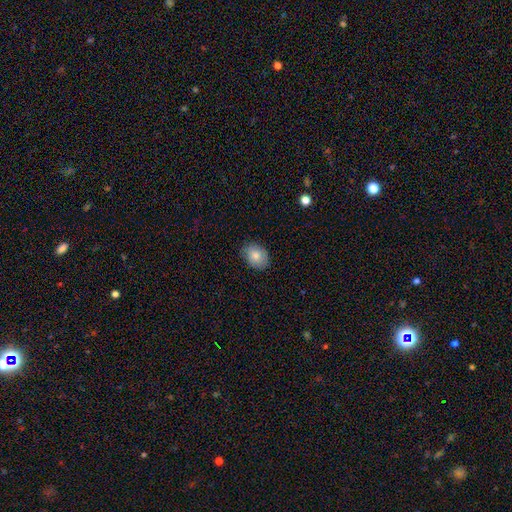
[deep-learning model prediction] Smooth or featured: smooth — 79% (featured or disk — 13%)
How rounded: in between — 67% (round — 32%)
Merging: none — 80% (minor disturbance — 17%)